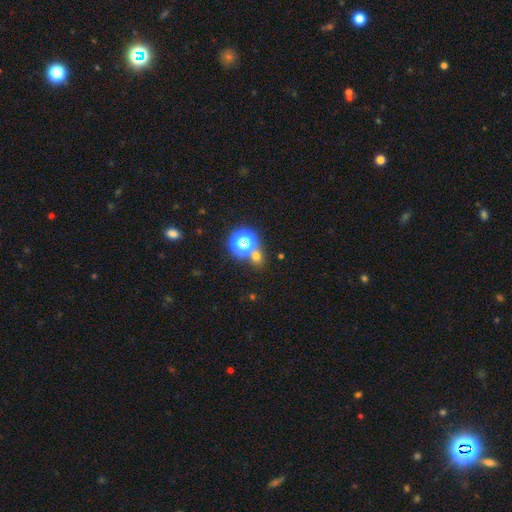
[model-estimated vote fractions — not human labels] smooth_or_featured: smooth (p=0.60) [alt: star or artifact p=0.33]
how_rounded: round (p=0.80) [alt: in between p=0.19]
merging: none (p=0.67) [alt: merger p=0.22]